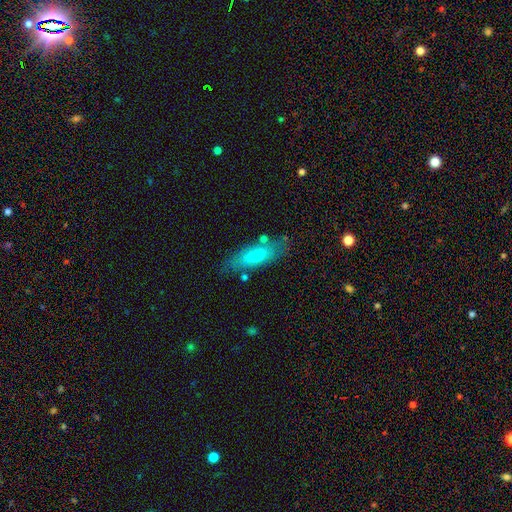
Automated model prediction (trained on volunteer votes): Smooth or featured: smooth — 74% (featured or disk — 20%)
How rounded: in between — 54% (cigar-shaped — 44%)
Merging: none — 71% (minor disturbance — 17%)